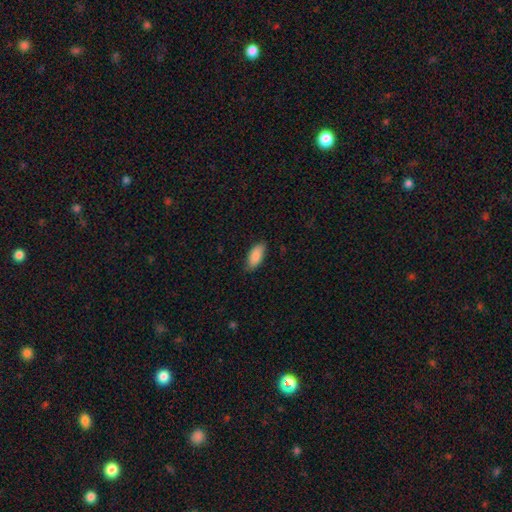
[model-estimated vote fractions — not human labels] Smooth or featured? smooth (88%)
How rounded? in between (89%)
Merging? none (81%)